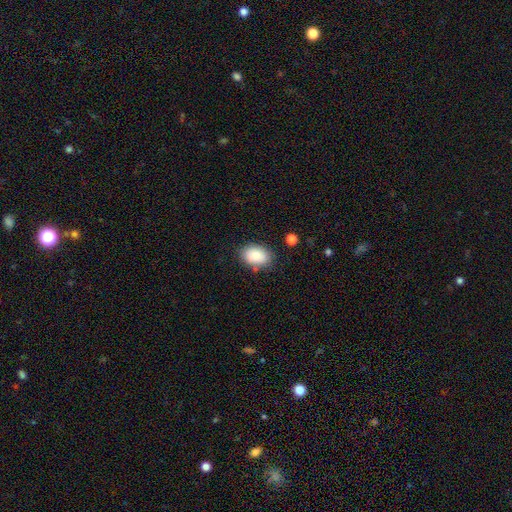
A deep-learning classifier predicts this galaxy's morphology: The model was most divided on "how rounded": in between: 81%, round: 18%, cigar-shaped: 1%. More confident: smooth or featured — smooth (85%); merging — none (79%).